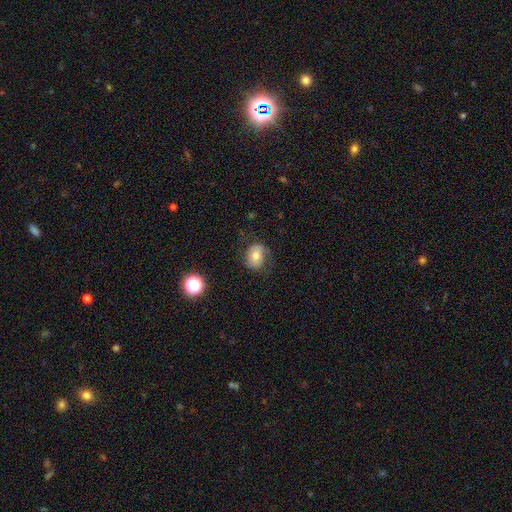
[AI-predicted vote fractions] Smooth or featured? smooth (63%)
How rounded? in between (51%)
Merging? none (62%)